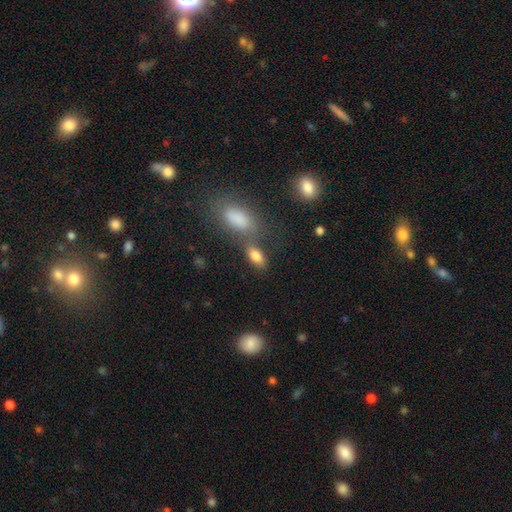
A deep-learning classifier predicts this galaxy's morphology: A smooth galaxy with no disk features (82%) that is in between round and cigar-shaped (87%). Merging: none (56%).